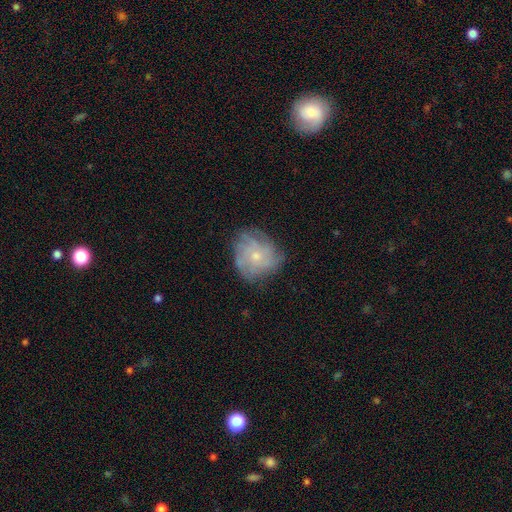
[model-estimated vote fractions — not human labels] smooth-or-featured: featured or disk: 57% | smooth: 33% | star or artifact: 10%
  disk-edge-on: no: 97% | yes: 3%
    bar: no: 86% | weak: 13% | strong: 2%
    has-spiral-arms: yes: 76% | no: 24%
    bulge-size: small: 61% | moderate: 34% | none: 2% | large: 2% | dominant: 1%
  merging: none: 69% | minor disturbance: 21% | major disturbance: 9% | merger: 1%